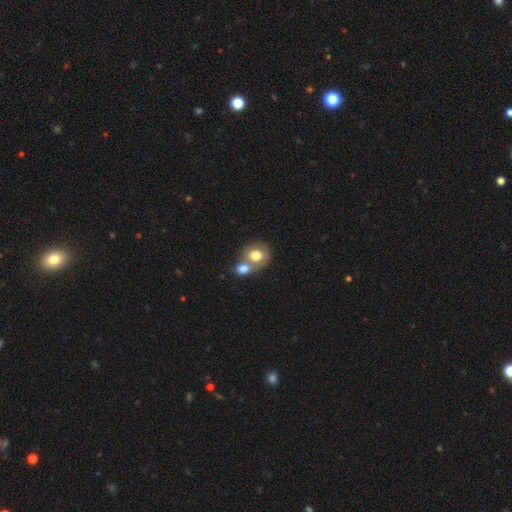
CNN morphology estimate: Smooth or featured? Predicted: smooth (p=0.74). How rounded? Predicted: round (p=0.71). Merging? Predicted: merger (p=0.57).